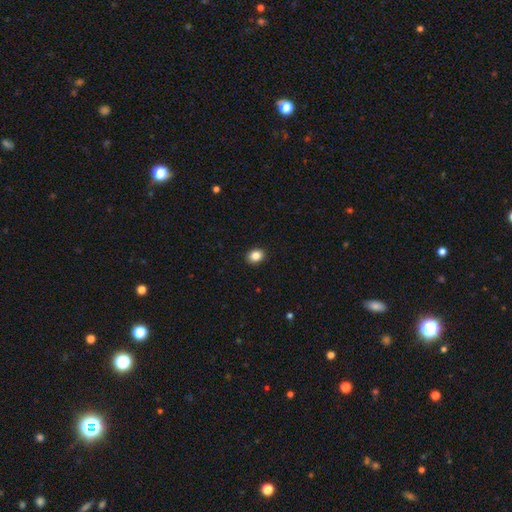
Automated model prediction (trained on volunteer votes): Morphology: type=smooth (86%); roundness=in between (54%); merging=none (91%).